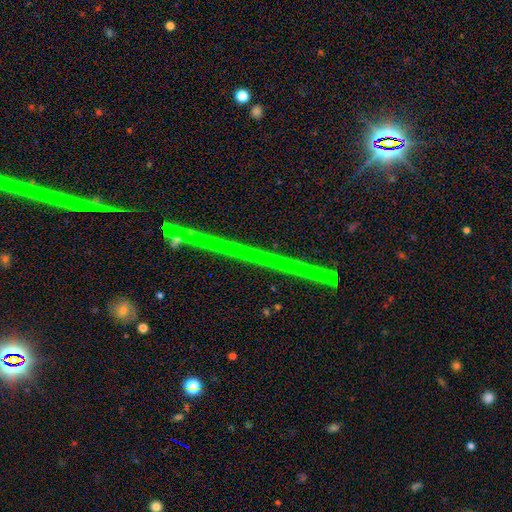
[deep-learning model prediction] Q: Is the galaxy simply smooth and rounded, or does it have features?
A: star or artifact — 68%.